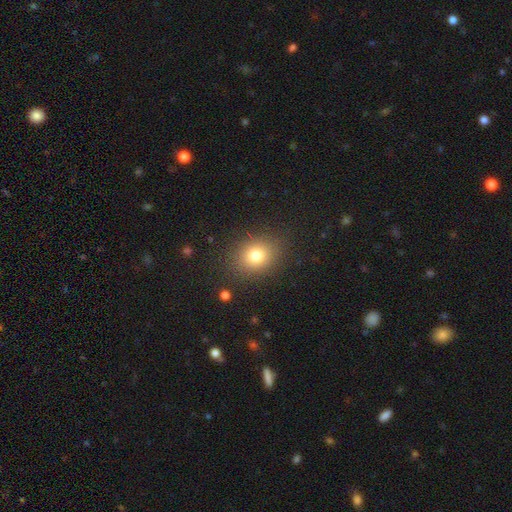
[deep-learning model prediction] The model was most divided on "how rounded": round: 60%, in between: 39%, cigar-shaped: 1%. More confident: merging — none (86%); smooth or featured — smooth (78%).